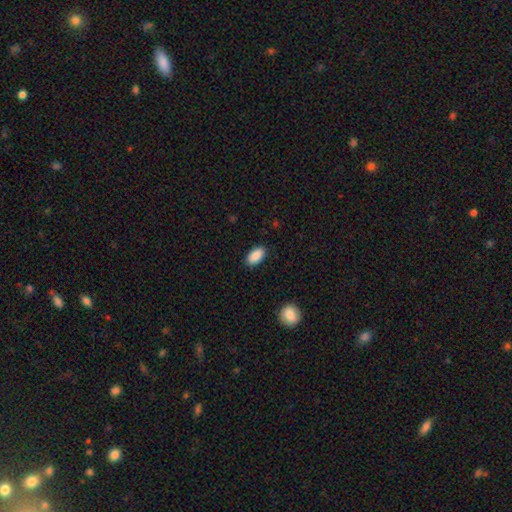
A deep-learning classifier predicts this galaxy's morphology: Smooth or featured?
  - smooth: 90% *
  - star or artifact: 7%
  - featured or disk: 4%
How rounded?
  - in between: 94% *
  - round: 3%
  - cigar-shaped: 3%
Merging?
  - none: 88% *
  - minor disturbance: 9%
  - major disturbance: 2%
  - merger: 1%